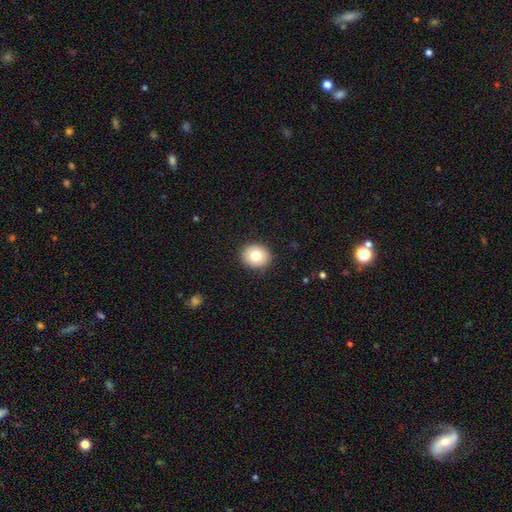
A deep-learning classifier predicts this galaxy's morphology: This appears to be a smooth galaxy with no disk features (77%) that is round (77%). Merging: none (89%).